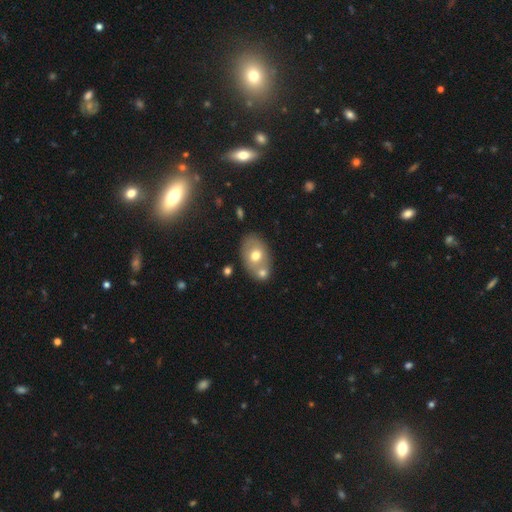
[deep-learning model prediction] Smooth or featured: smooth — 64% (featured or disk — 27%)
How rounded: in between — 78% (round — 21%)
Merging: none — 50% (merger — 34%)